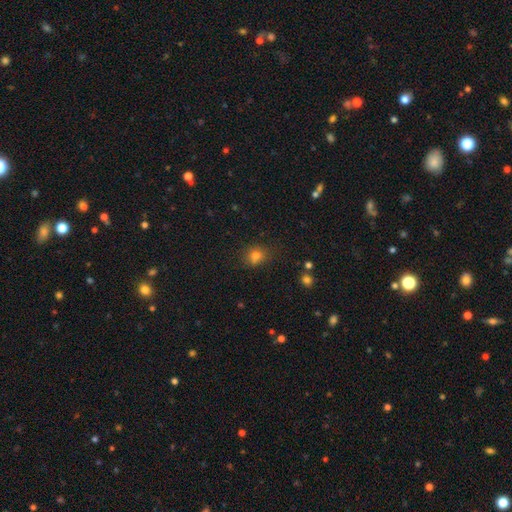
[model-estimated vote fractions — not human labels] smooth_or_featured: smooth (p=0.74) [alt: star or artifact p=0.17]
how_rounded: round (p=0.73) [alt: in between p=0.26]
merging: none (p=0.66) [alt: minor disturbance p=0.16]